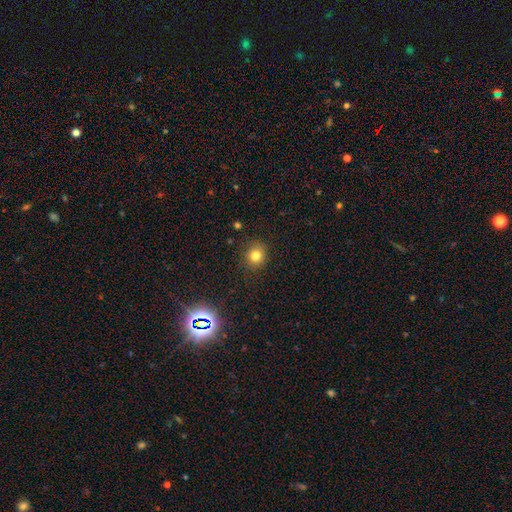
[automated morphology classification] smooth 79%, star or artifact 14%, featured or disk 7%. Down the decision tree: how rounded — round (85%); merging — none (86%).